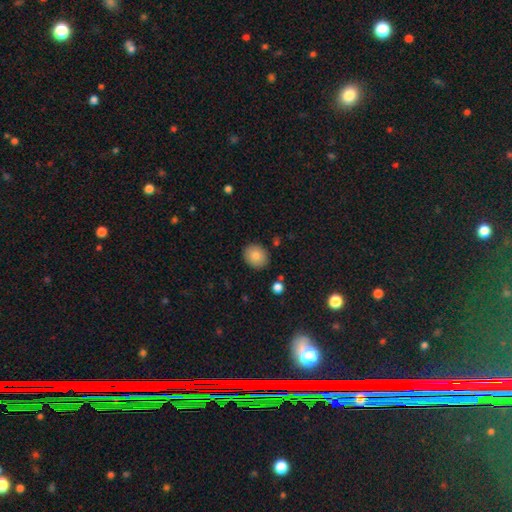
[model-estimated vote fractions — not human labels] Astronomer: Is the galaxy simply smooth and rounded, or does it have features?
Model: smooth — 82%.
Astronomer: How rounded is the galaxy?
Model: round — 67%.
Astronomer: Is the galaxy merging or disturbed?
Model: none — 87%.